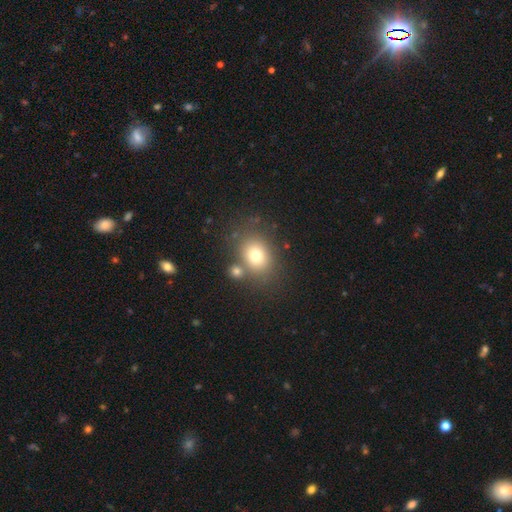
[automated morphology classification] type=smooth (74%); roundness=round (52%); merging=none (67%).